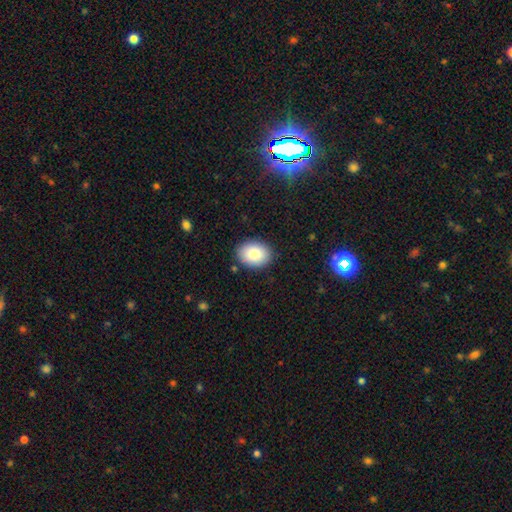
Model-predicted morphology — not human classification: This is clearly a smooth galaxy (86%). How rounded: likely in between (70%). Merging: clearly none (87%).